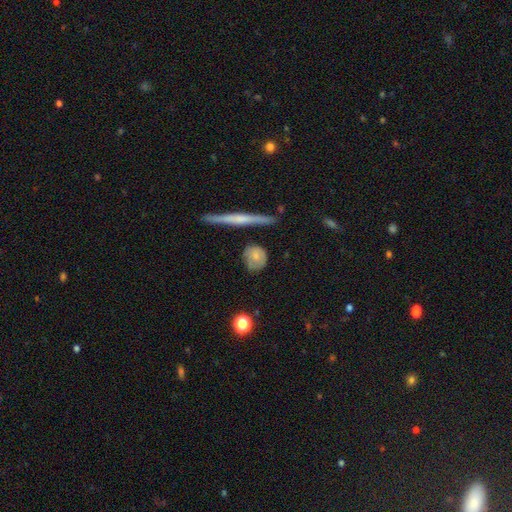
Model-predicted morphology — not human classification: The model was most divided on "how rounded": round: 67%, in between: 27%, cigar-shaped: 6%. More confident: merging — none (67%); smooth or featured — smooth (67%).